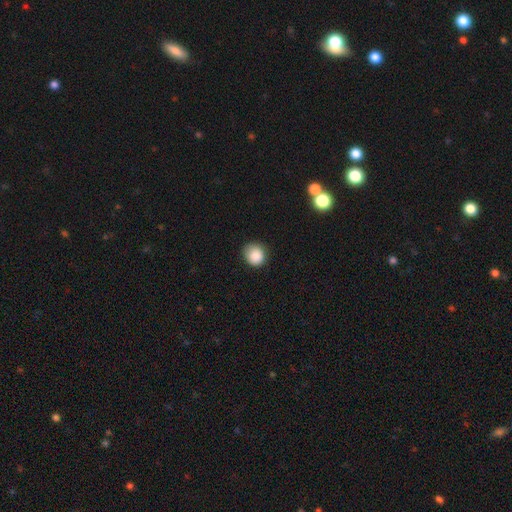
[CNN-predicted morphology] Overall: smooth (87%). How rounded: round (86%). Merging: none (77%).